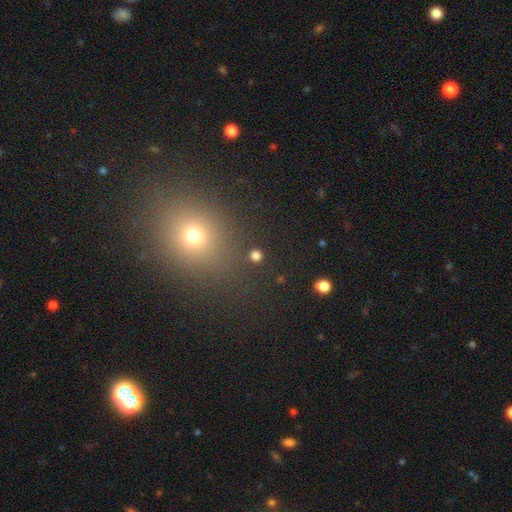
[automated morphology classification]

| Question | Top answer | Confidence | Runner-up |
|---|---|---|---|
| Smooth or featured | smooth | 78% | star or artifact (18%) |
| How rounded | round | 89% | in between (10%) |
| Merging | none | 88% | minor disturbance (5%) |